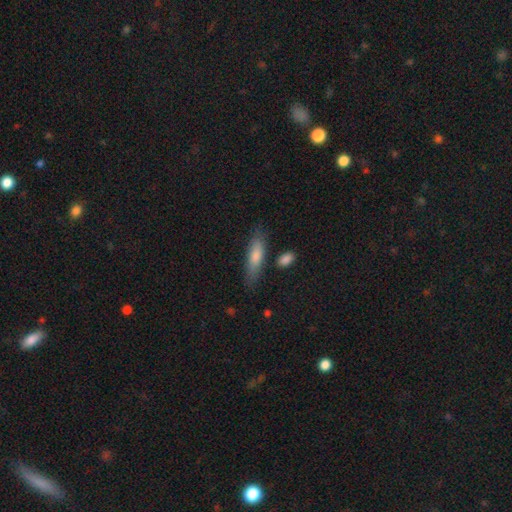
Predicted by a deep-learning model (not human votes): Q: Smooth or featured?
A: smooth (72%); runner-up: featured or disk (21%)
Q: How rounded?
A: cigar-shaped (66%); runner-up: in between (32%)
Q: Merging?
A: none (78%); runner-up: minor disturbance (14%)